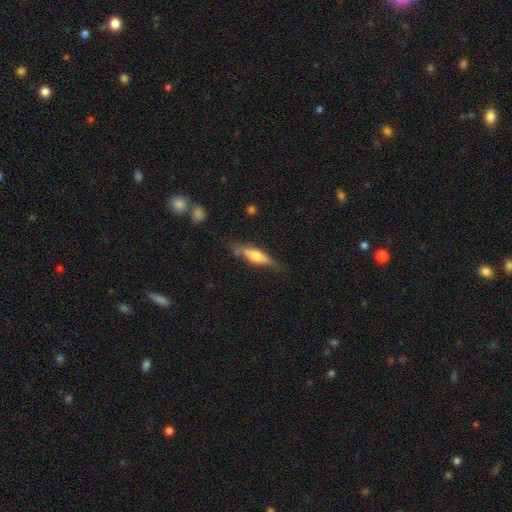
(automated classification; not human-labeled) Smooth or featured: smooth — 50% (featured or disk — 44%)
How rounded: cigar-shaped — 57% (in between — 40%)
Merging: none — 66% (minor disturbance — 23%)